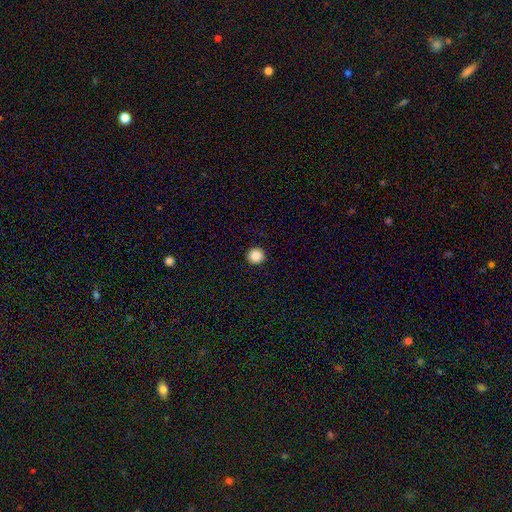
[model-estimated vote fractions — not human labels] smooth_or_featured: smooth (p=0.88) [alt: star or artifact p=0.09]
how_rounded: round (p=0.95) [alt: in between p=0.04]
merging: none (p=0.94) [alt: minor disturbance p=0.04]